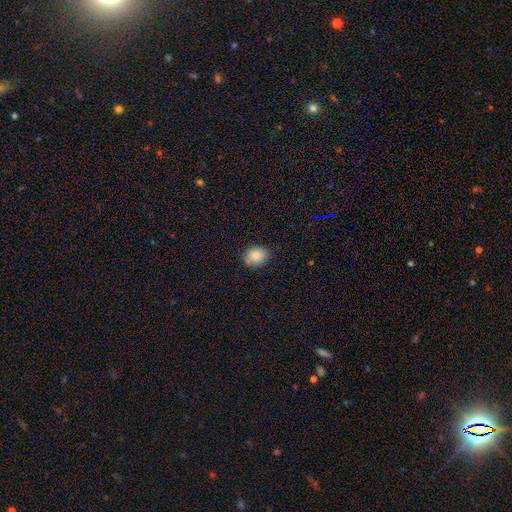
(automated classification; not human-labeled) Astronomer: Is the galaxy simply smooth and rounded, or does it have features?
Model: smooth — 83%.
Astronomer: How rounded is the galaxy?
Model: round — 62% (runner-up: in between, 37%).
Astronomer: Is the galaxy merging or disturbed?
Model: none — 75%.